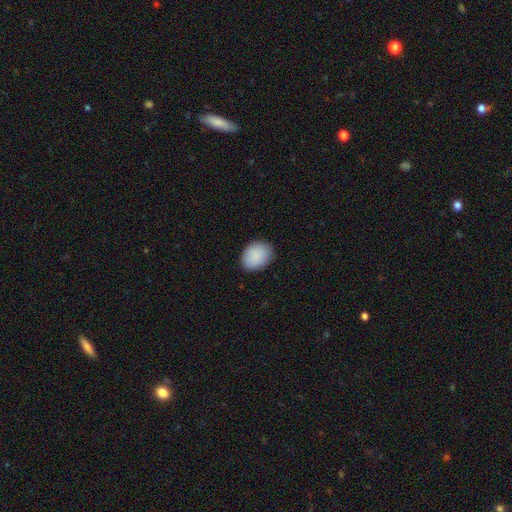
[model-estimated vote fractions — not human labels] smooth 90%, star or artifact 7%, featured or disk 4%. Down the decision tree: how rounded — in between (59%); merging — none (85%).